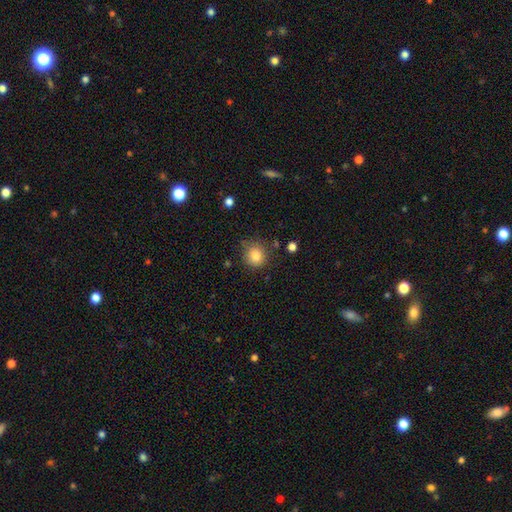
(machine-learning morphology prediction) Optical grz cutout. It shows a smooth galaxy with no disk features (83%) that is round (87%). Merging: none (78%).